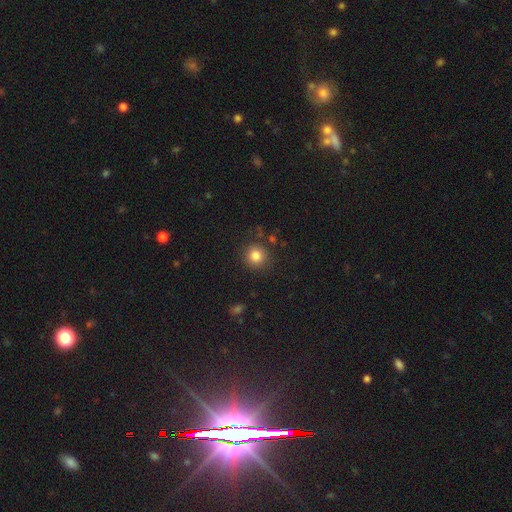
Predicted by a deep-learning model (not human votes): A smooth galaxy with no disk features (83%) that is round (91%). Merging: none (87%).